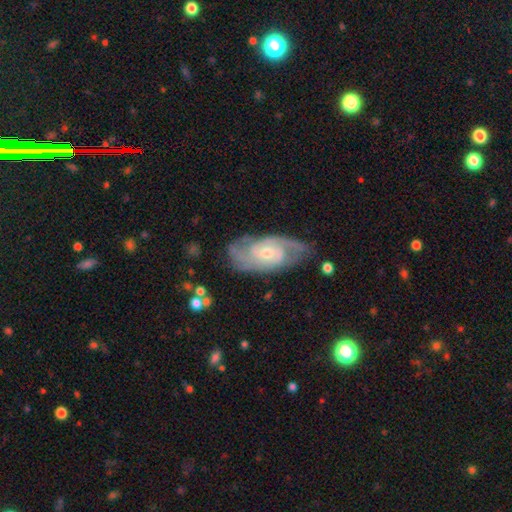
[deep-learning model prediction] smooth_or_featured: featured or disk (p=0.79) [alt: smooth p=0.11]
disk_edge_on: no (p=0.93) [alt: yes p=0.07]
bar: no (p=0.68) [alt: weak p=0.26]
has_spiral_arms: yes (p=0.95) [alt: no p=0.05]
spiral_winding: tight (p=0.62) [alt: medium p=0.30]
spiral_arm_count: 2 (p=0.50) [alt: can't tell p=0.24]
bulge_size: small (p=0.54) [alt: moderate p=0.42]
merging: none (p=0.77) [alt: minor disturbance p=0.16]